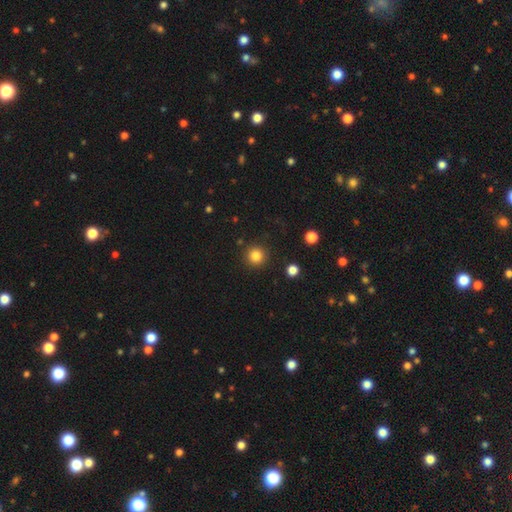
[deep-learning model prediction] smooth_or_featured: smooth (p=0.84) [alt: star or artifact p=0.11]
how_rounded: round (p=0.95) [alt: in between p=0.04]
merging: none (p=0.90) [alt: minor disturbance p=0.06]